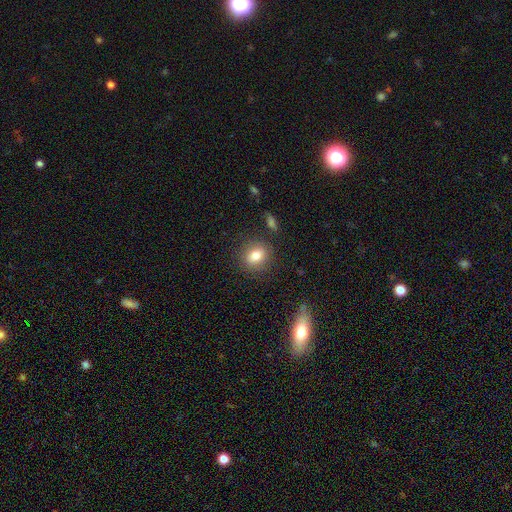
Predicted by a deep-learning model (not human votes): Morphology: type=smooth (80%); roundness=round (58%); merging=none (83%).